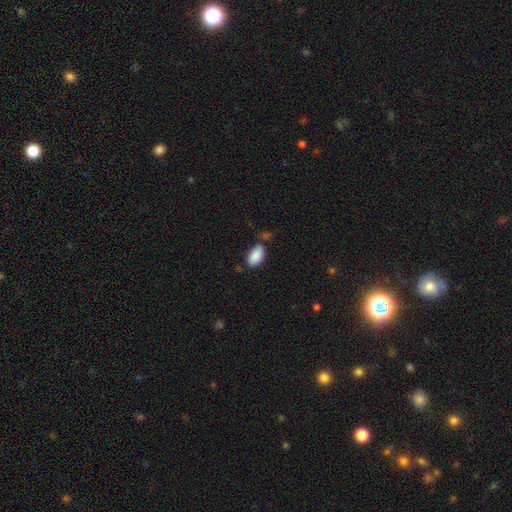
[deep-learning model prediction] Overall: smooth (90%). How rounded: in between (95%). Merging: none (74%).